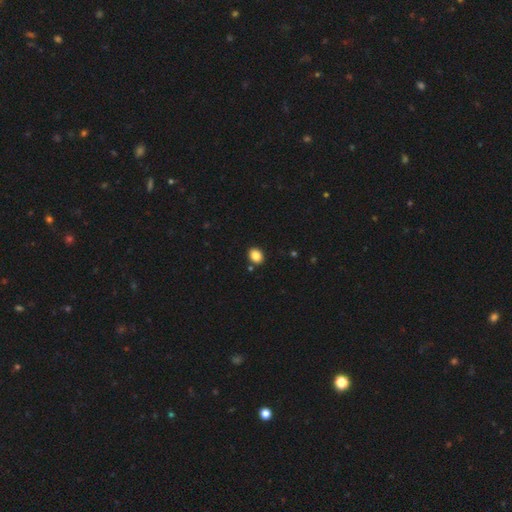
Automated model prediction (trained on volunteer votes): Overall: smooth (86%). How rounded: in between (52%; round 47%). Merging: none (88%).